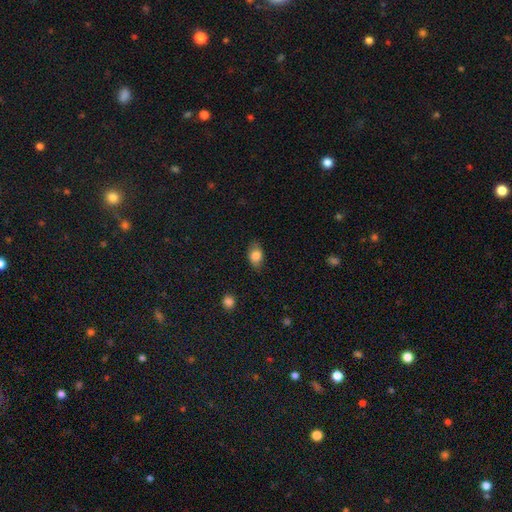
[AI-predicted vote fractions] smooth_or_featured: smooth (p=0.81) [alt: featured or disk p=0.11]
how_rounded: in between (p=0.82) [alt: round p=0.16]
merging: none (p=0.79) [alt: minor disturbance p=0.16]